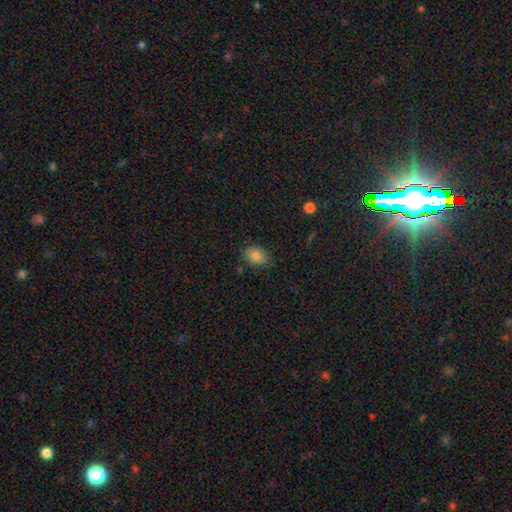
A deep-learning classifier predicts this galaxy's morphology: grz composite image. It shows a smooth galaxy with no disk features (83%) that is in between round and cigar-shaped (75%). Merging: none (79%).